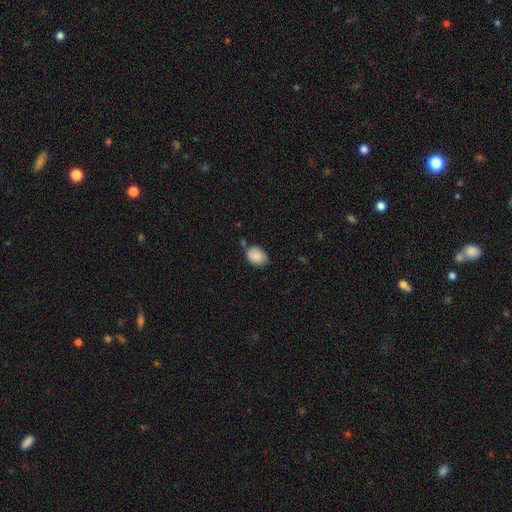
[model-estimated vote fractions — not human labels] This appears to be a smooth galaxy with no disk features (89%) that is in between round and cigar-shaped (69%). Merging: none (72%).